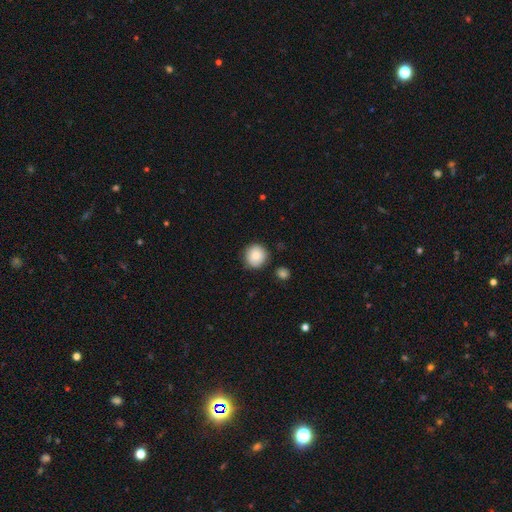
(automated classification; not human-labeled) A smooth galaxy with no disk features (80%) that is round (93%).

Vote fractions:
- Smooth or featured? smooth: 80% / featured or disk: 11% / star or artifact: 9%
- How rounded? round: 93% / in between: 6% / cigar-shaped: 1%
- Merging? none: 84% / minor disturbance: 11% / major disturbance: 2% / merger: 2%